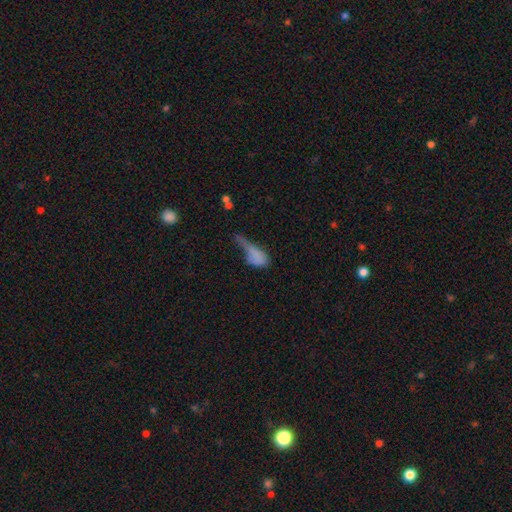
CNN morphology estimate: This is likely a smooth galaxy (70%). How rounded: likely in between (80%). Merging: possibly major disturbance (52%).